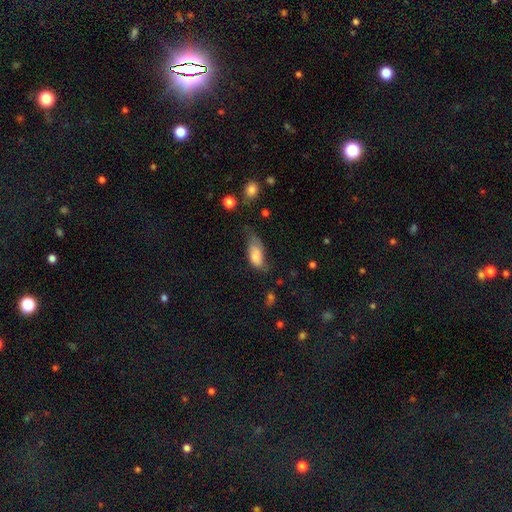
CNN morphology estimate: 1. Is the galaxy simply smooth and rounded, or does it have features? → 74% smooth, 18% featured or disk, 8% star or artifact.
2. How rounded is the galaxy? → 90% in between, 7% cigar-shaped, 3% round.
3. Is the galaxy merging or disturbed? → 39% minor disturbance, 28% none, 28% major disturbance, 5% merger.